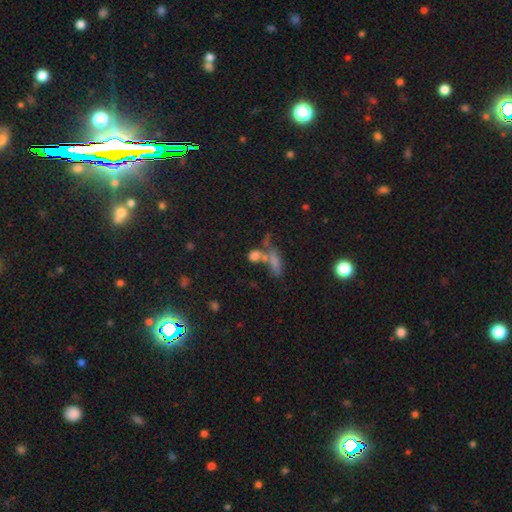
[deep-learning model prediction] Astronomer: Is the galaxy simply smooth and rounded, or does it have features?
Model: smooth — 67%.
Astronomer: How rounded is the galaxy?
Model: in between — 54% (runner-up: round, 33%).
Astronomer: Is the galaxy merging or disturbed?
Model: merger — 47% (runner-up: none, 32%).